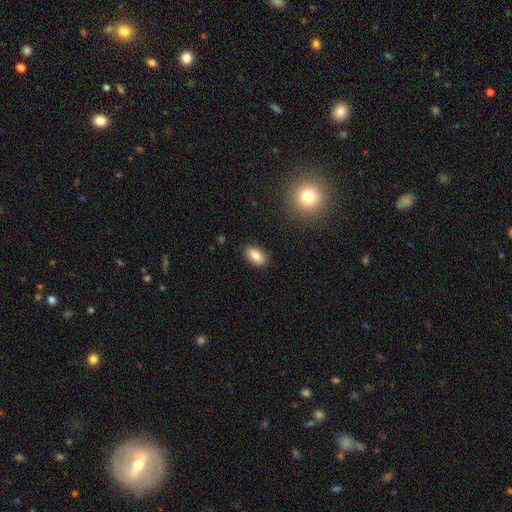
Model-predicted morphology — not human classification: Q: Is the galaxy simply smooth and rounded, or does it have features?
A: smooth — 81%.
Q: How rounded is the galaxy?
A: in between — 91%.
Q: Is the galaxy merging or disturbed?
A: none — 88%.